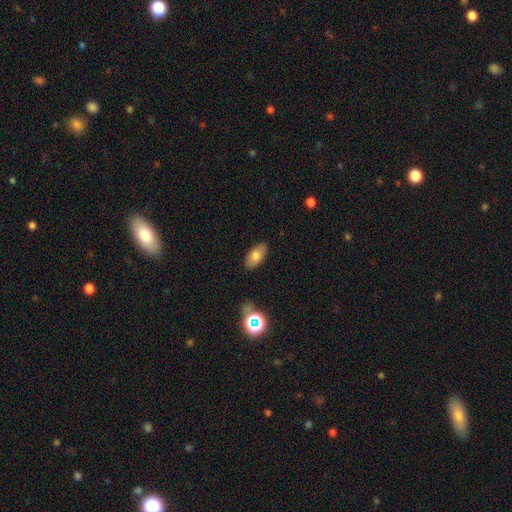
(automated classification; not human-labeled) Morphology: type=smooth (73%); roundness=in between (93%); merging=none (86%).